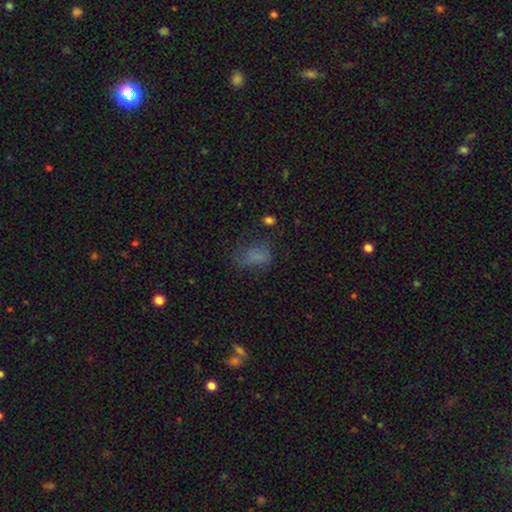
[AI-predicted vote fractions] smooth_or_featured: smooth (p=0.66) [alt: star or artifact p=0.18]
how_rounded: in between (p=0.82) [alt: round p=0.13]
merging: none (p=0.39) [alt: major disturbance p=0.30]